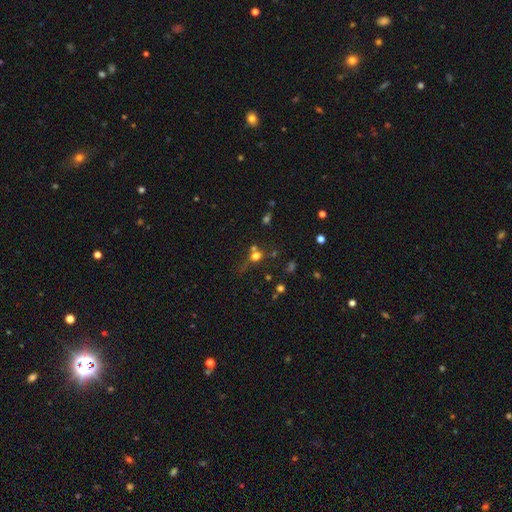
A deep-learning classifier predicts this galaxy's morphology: Q: Smooth or featured?
A: smooth (58%); runner-up: star or artifact (28%)
Q: How rounded?
A: round (79%); runner-up: in between (18%)
Q: Merging?
A: none (48%); runner-up: merger (27%)